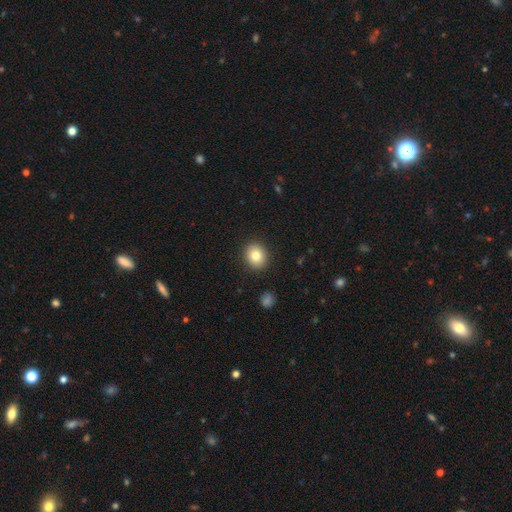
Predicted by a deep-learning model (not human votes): Smooth or featured? Predicted: smooth (p=0.81). How rounded? Predicted: round (p=0.75). Merging? Predicted: none (p=0.91).